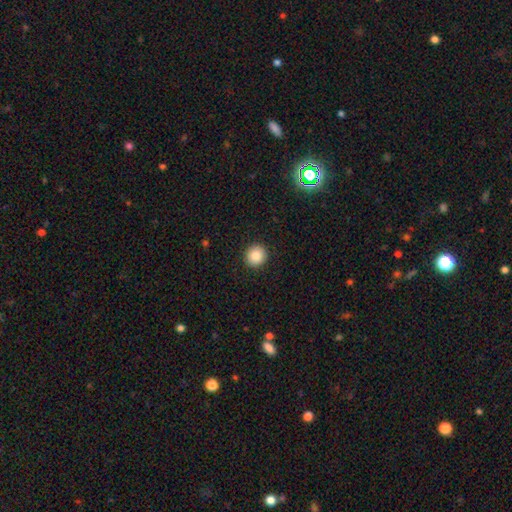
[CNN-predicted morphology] Smooth or featured?
  - smooth: 85% *
  - star or artifact: 9%
  - featured or disk: 5%
How rounded?
  - round: 92% *
  - in between: 7%
  - cigar-shaped: 1%
Merging?
  - none: 92% *
  - minor disturbance: 5%
  - major disturbance: 2%
  - merger: 1%